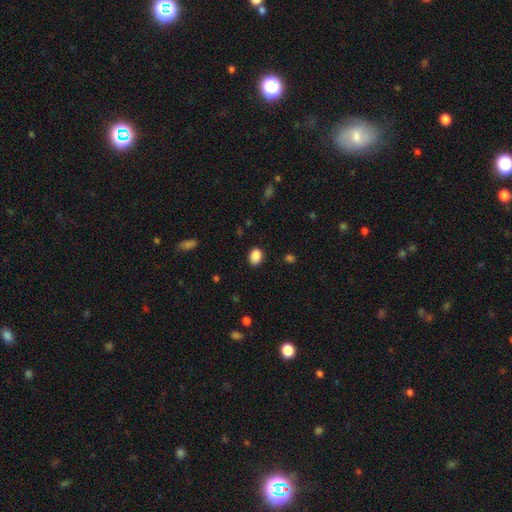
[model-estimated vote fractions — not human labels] This appears to be a smooth galaxy with no disk features (88%) that is in between round and cigar-shaped (71%). Merging: none (83%).